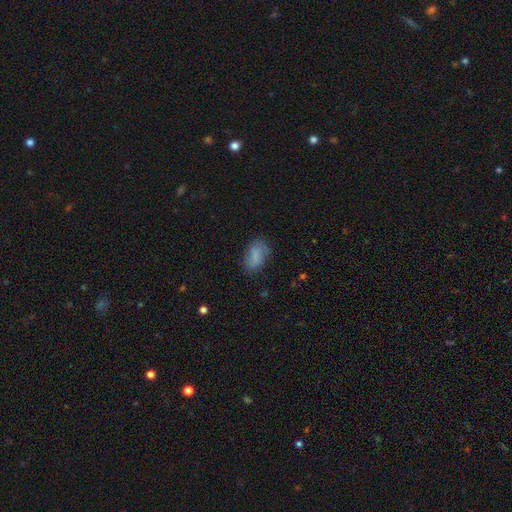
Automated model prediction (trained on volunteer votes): Overall: smooth (74%). How rounded: in between (89%). Merging: none (69%).